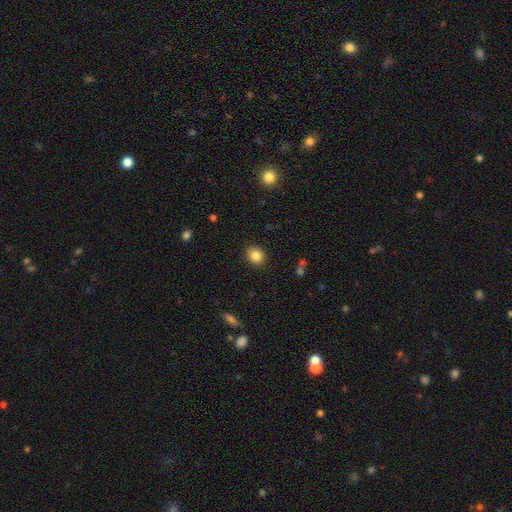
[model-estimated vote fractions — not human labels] smooth 84%, star or artifact 10%, featured or disk 6%. Down the decision tree: how rounded — round (70%); merging — none (90%).